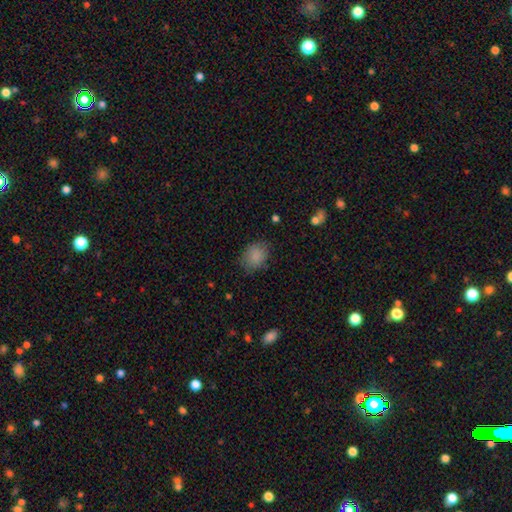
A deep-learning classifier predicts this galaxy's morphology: The model was most divided on "how rounded": in between: 54%, round: 45%, cigar-shaped: 1%. More confident: smooth or featured — smooth (85%); merging — none (76%).